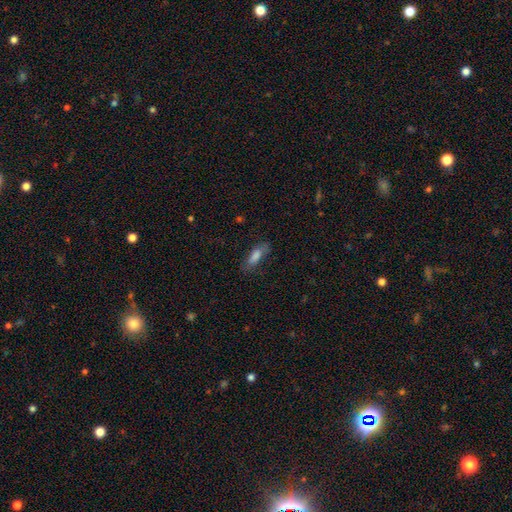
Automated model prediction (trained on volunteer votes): This appears to be a smooth galaxy with no disk features (72%) that is in between round and cigar-shaped (51%). Merging: none (73%).